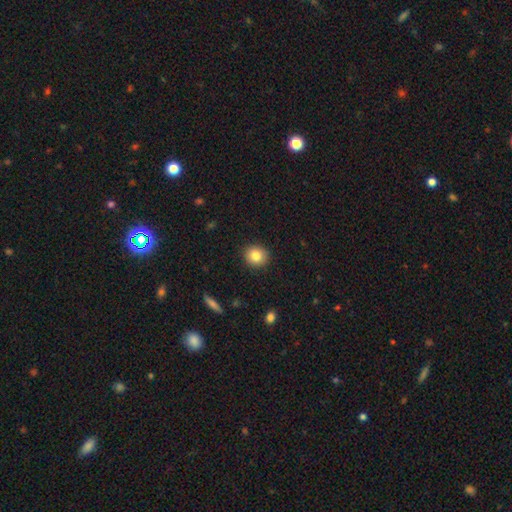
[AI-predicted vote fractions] This appears to be a smooth galaxy with no disk features (83%) that is round (83%). Merging: none (91%).